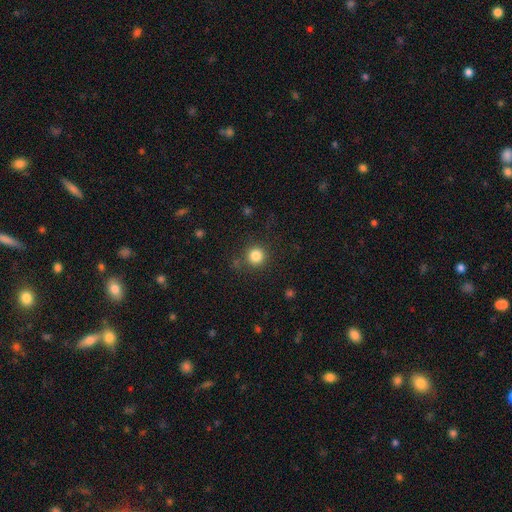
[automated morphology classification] Q: Smooth or featured?
A: smooth (83%); runner-up: star or artifact (12%)
Q: How rounded?
A: round (94%); runner-up: in between (5%)
Q: Merging?
A: none (87%); runner-up: minor disturbance (8%)